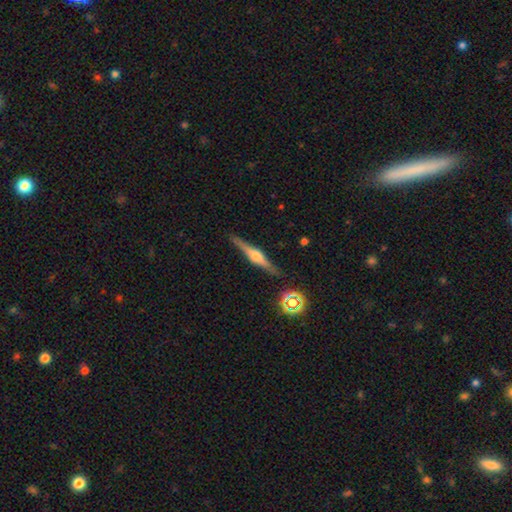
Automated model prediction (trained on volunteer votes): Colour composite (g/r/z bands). It shows a featured or disk galaxy (73%) viewed edge-on (97%) with a rounded central bulge (89%). Merging: none (88%).